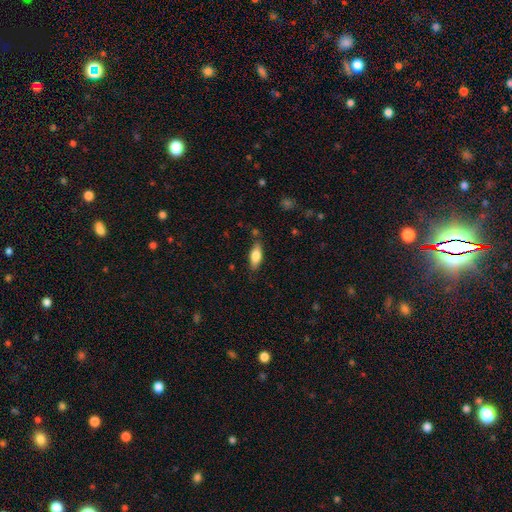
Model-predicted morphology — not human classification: The model was most divided on "smooth or featured": smooth: 75%, featured or disk: 18%, star or artifact: 6%. More confident: merging — none (80%); how rounded — in between (77%).